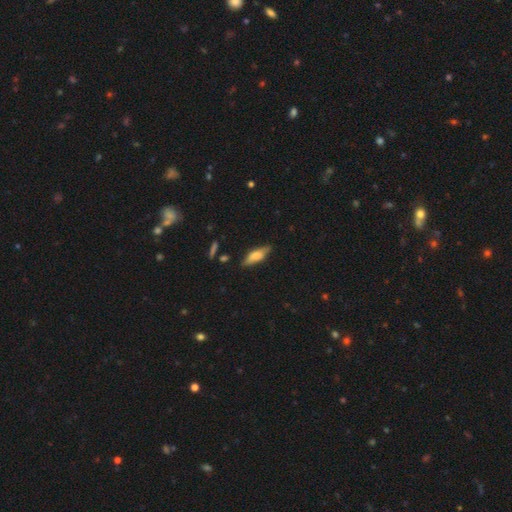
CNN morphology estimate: Smooth or featured? Predicted: smooth (p=0.65). How rounded? Predicted: in between (p=0.59). Merging? Predicted: none (p=0.78).